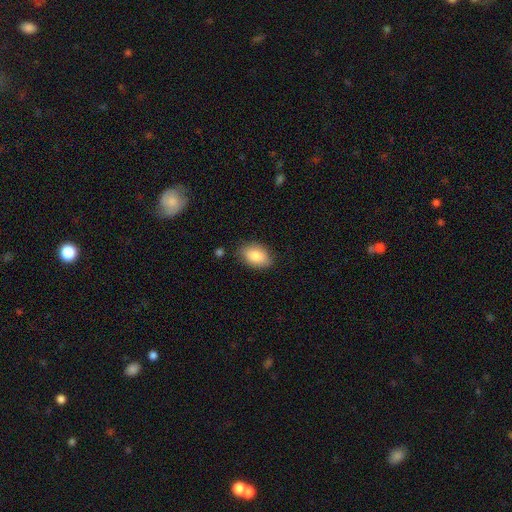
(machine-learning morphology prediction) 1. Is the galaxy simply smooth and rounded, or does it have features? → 85% smooth, 9% featured or disk, 7% star or artifact.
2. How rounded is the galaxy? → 87% in between, 12% round, 1% cigar-shaped.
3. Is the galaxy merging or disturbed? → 79% none, 16% minor disturbance, 3% major disturbance, 2% merger.